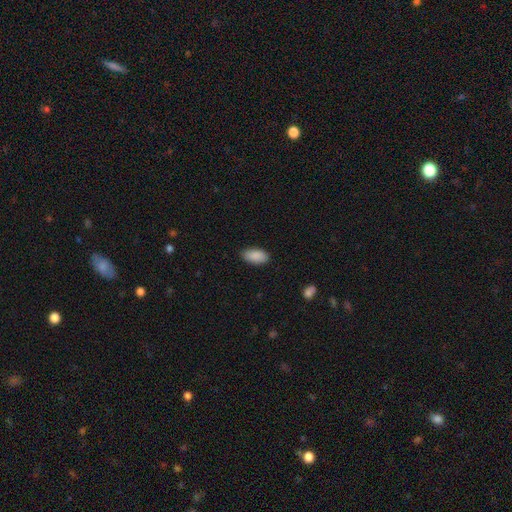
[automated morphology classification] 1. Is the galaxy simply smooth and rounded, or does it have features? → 89% smooth, 7% star or artifact, 4% featured or disk.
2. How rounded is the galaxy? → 93% in between, 4% cigar-shaped, 3% round.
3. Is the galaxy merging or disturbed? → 84% none, 13% minor disturbance, 2% major disturbance, 1% merger.